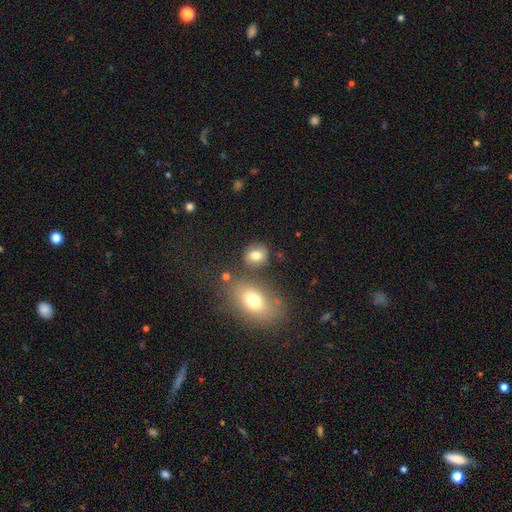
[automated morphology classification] smooth_or_featured: smooth (p=0.78) [alt: featured or disk p=0.11]
how_rounded: round (p=0.55) [alt: in between p=0.43]
merging: none (p=0.74) [alt: minor disturbance p=0.12]